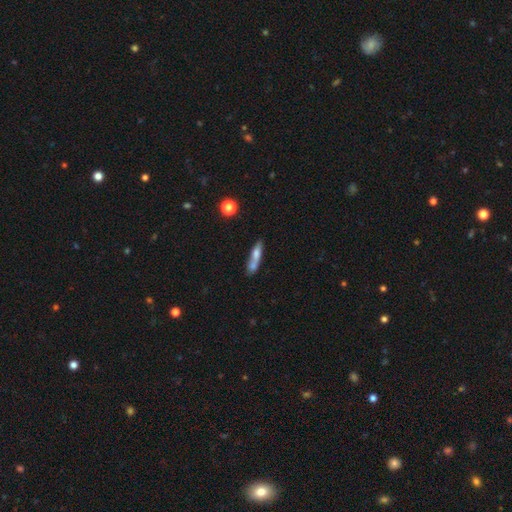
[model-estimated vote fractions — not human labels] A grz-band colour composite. It shows a smooth galaxy with no disk features (63%) that is cigar-shaped (70%). Merging: none (42%).